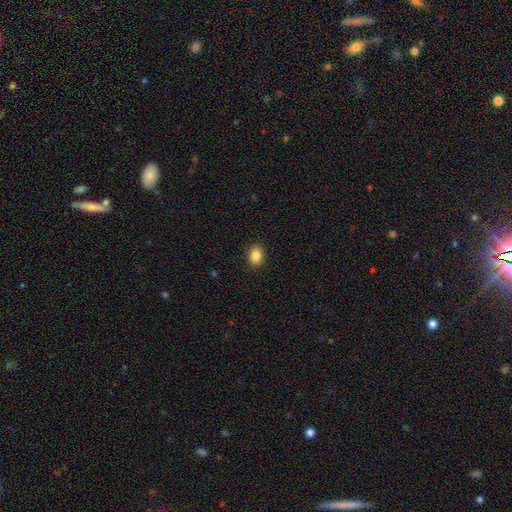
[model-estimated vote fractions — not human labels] Smooth or featured?
  - smooth: 85% *
  - star or artifact: 9%
  - featured or disk: 5%
How rounded?
  - in between: 59% *
  - round: 40%
  - cigar-shaped: 1%
Merging?
  - none: 90% *
  - minor disturbance: 7%
  - major disturbance: 2%
  - merger: 1%